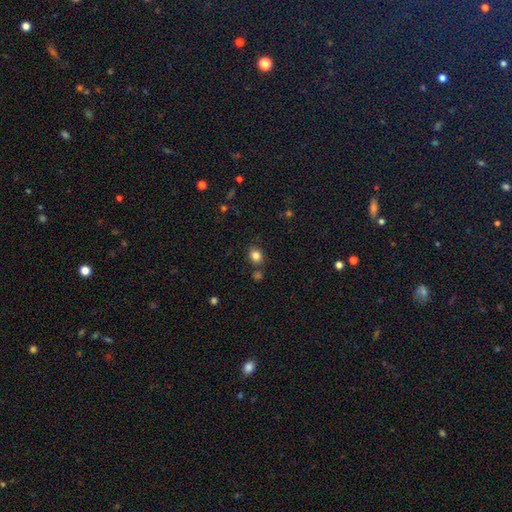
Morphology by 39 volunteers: type=smooth (87%); roundness=round (65%); merging=none (79%).